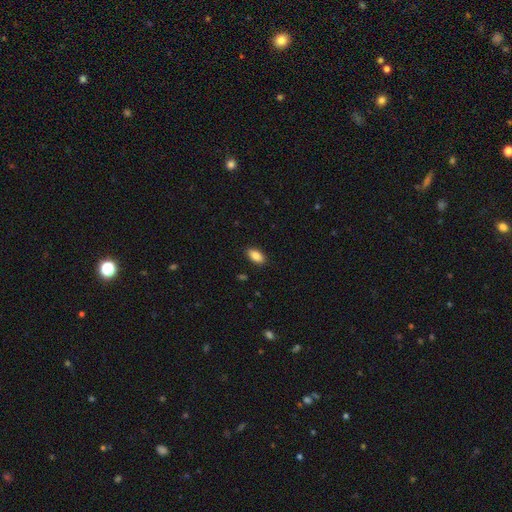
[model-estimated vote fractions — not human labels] This appears to be a smooth galaxy with no disk features (86%) that is in between round and cigar-shaped (92%). Merging: none (89%).